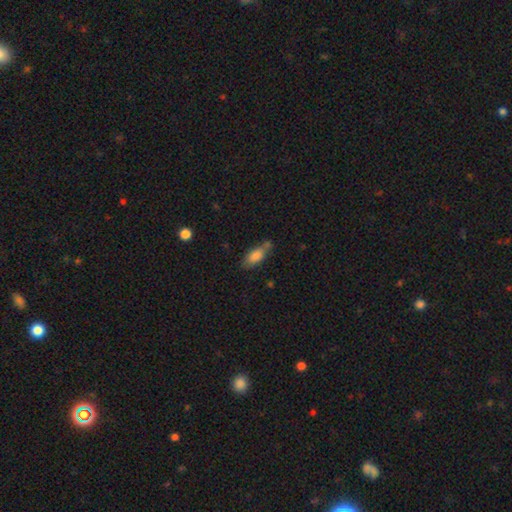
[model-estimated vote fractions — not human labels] smooth 82%, featured or disk 10%, star or artifact 8%. Down the decision tree: how rounded — in between (80%); merging — none (55%).